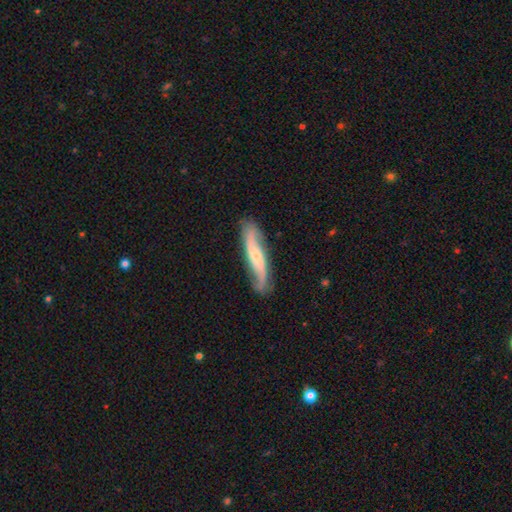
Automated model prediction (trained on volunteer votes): smooth_or_featured: featured or disk (p=0.75) [alt: smooth p=0.20]
disk_edge_on: no (p=0.77) [alt: yes p=0.23]
bar: no (p=0.49) [alt: weak p=0.33]
has_spiral_arms: yes (p=0.94) [alt: no p=0.06]
spiral_winding: loose (p=0.59) [alt: medium p=0.29]
spiral_arm_count: 2 (p=0.89) [alt: can't tell p=0.05]
bulge_size: small (p=0.67) [alt: moderate p=0.23]
merging: none (p=0.78) [alt: minor disturbance p=0.16]